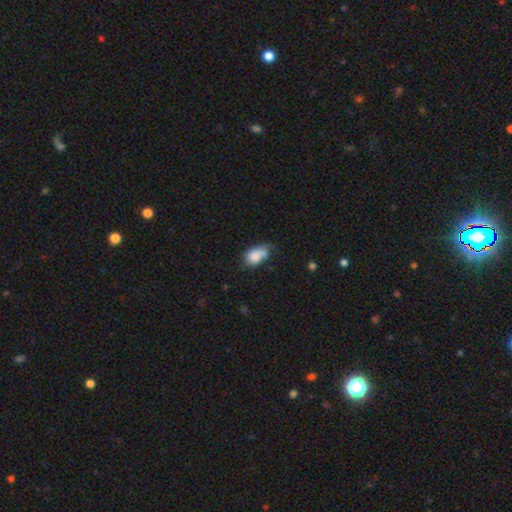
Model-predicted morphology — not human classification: smooth_or_featured: smooth (p=0.77) [alt: featured or disk p=0.15]
how_rounded: in between (p=0.87) [alt: round p=0.12]
merging: minor disturbance (p=0.39) [alt: none p=0.37]